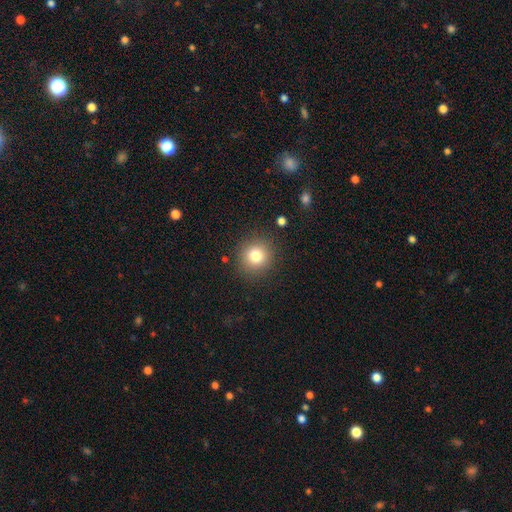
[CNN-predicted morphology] This is likely a smooth galaxy (79%). How rounded: clearly round (91%). Merging: clearly none (88%).